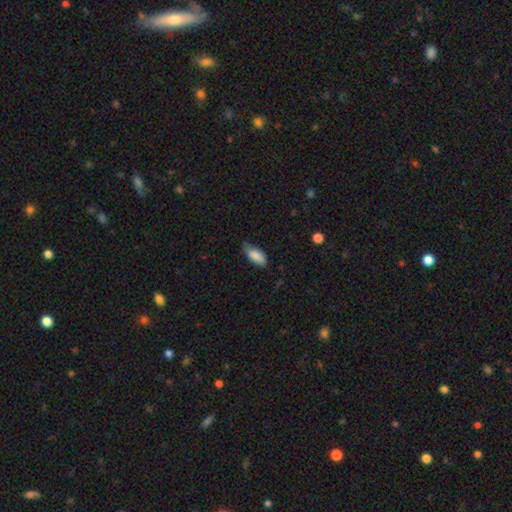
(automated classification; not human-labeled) smooth_or_featured: smooth (p=0.85) [alt: featured or disk p=0.09]
how_rounded: in between (p=0.84) [alt: cigar-shaped p=0.14]
merging: none (p=0.59) [alt: minor disturbance p=0.33]